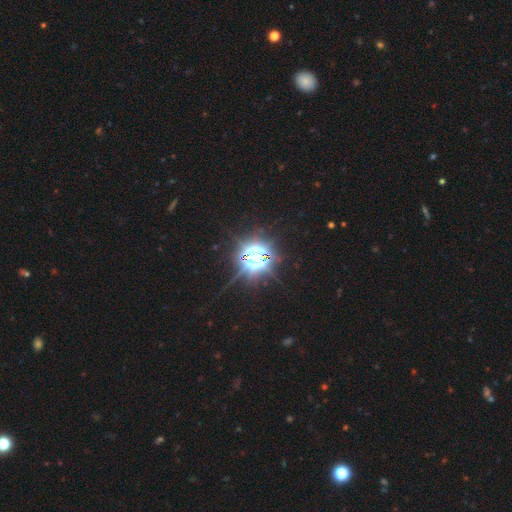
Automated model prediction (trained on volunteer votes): smooth-or-featured: star or artifact: 77% | smooth: 12% | featured or disk: 11%